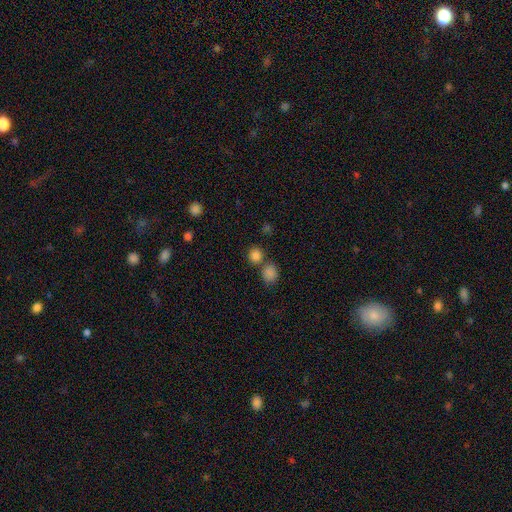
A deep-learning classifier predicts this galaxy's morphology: Overall: smooth (83%). How rounded: round (84%). Merging: none (61%; merger 29%).